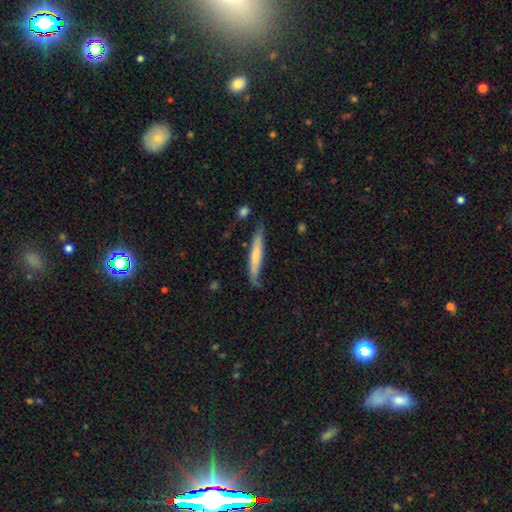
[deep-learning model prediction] Smooth or featured?
  - smooth: 59% *
  - featured or disk: 36%
  - star or artifact: 5%
How rounded?
  - cigar-shaped: 93% *
  - in between: 6%
  - round: 1%
Merging?
  - none: 64% *
  - minor disturbance: 26%
  - major disturbance: 7%
  - merger: 3%